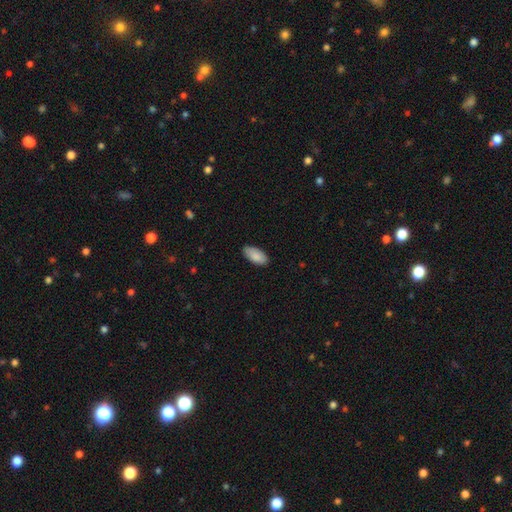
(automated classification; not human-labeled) Morphology: type=smooth (88%); roundness=in between (93%); merging=none (84%).